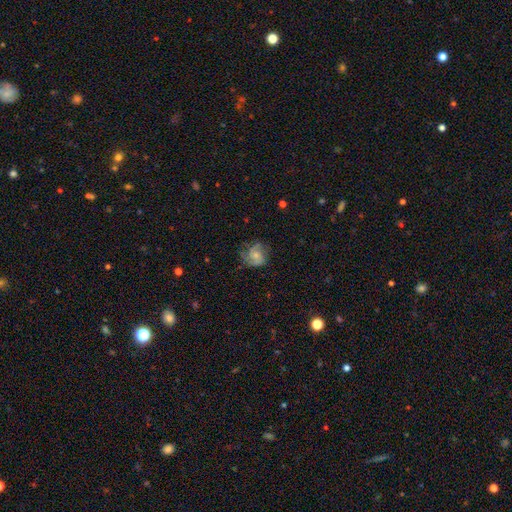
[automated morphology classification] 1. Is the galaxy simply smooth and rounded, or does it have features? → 62% featured or disk, 30% smooth, 9% star or artifact.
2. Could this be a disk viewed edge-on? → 98% no, 2% yes.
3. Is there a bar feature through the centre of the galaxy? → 67% no, 28% weak, 5% strong.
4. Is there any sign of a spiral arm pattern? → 89% yes, 11% no.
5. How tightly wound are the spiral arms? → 47% medium, 32% tight, 21% loose.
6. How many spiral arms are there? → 52% 2, 19% can't tell, 17% 3, 6% 1, 3% 4, 3% more than 4.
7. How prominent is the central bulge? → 49% small, 35% moderate, 11% none, 4% large, 1% dominant.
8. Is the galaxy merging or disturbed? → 62% none, 23% minor disturbance, 14% major disturbance, 2% merger.